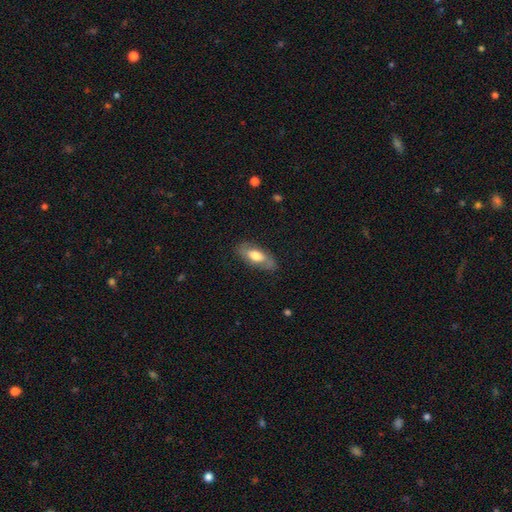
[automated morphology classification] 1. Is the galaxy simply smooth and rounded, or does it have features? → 57% smooth, 38% featured or disk, 6% star or artifact.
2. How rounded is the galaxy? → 76% in between, 20% cigar-shaped, 3% round.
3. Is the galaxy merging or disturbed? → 76% none, 18% minor disturbance, 5% major disturbance, 1% merger.